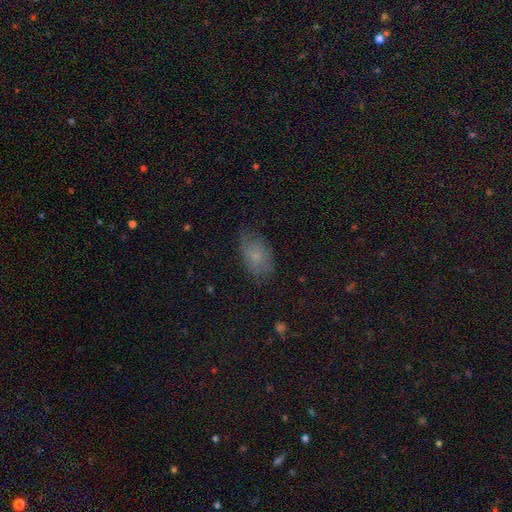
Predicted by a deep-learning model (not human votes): A smooth galaxy with no disk features (71%) that is in between round and cigar-shaped (89%).

Vote fractions:
- Smooth or featured? smooth: 71% / featured or disk: 19% / star or artifact: 10%
- How rounded? in between: 89% / round: 9% / cigar-shaped: 2%
- Merging? none: 66% / minor disturbance: 25% / major disturbance: 8% / merger: 1%